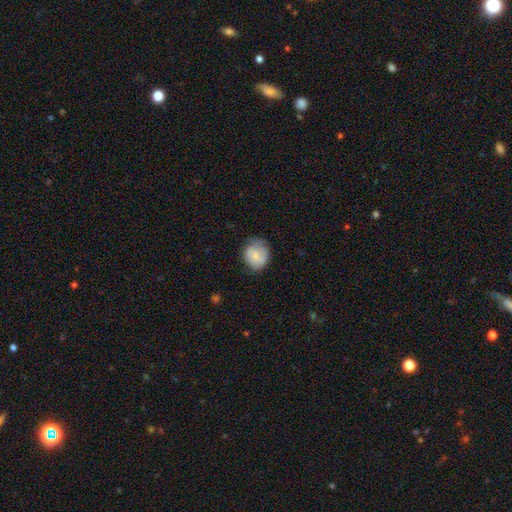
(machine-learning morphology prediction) Overall: smooth (76%). How rounded: round (76%). Merging: none (63%; minor disturbance 28%).